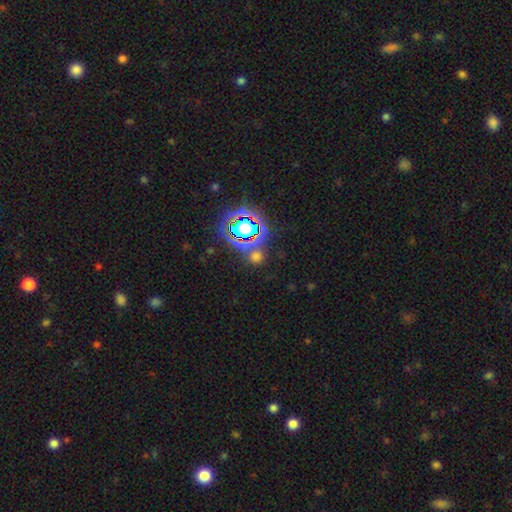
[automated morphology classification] A smooth galaxy with no disk features (46%). Merging: none (69%).